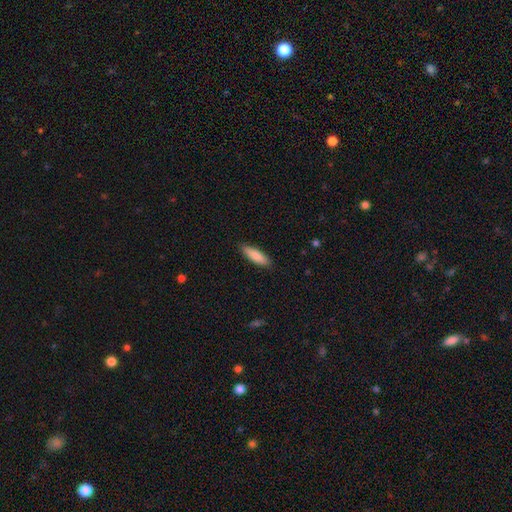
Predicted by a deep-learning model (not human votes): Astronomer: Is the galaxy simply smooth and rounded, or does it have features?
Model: smooth — 83%.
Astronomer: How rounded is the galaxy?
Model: cigar-shaped — 53% (runner-up: in between, 45%).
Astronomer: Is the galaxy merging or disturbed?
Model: none — 88%.